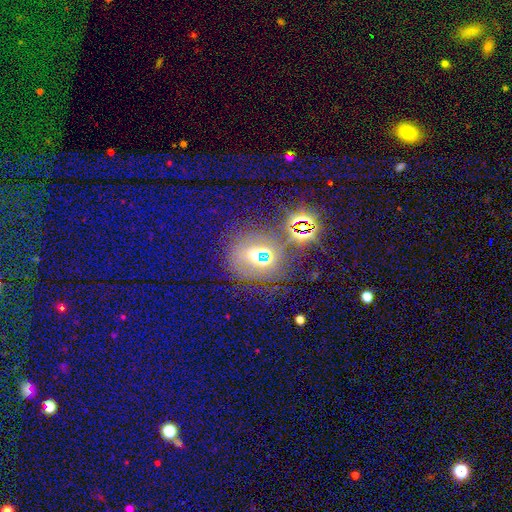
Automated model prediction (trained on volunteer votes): Smooth or featured: star or artifact — 48% (smooth — 36%)